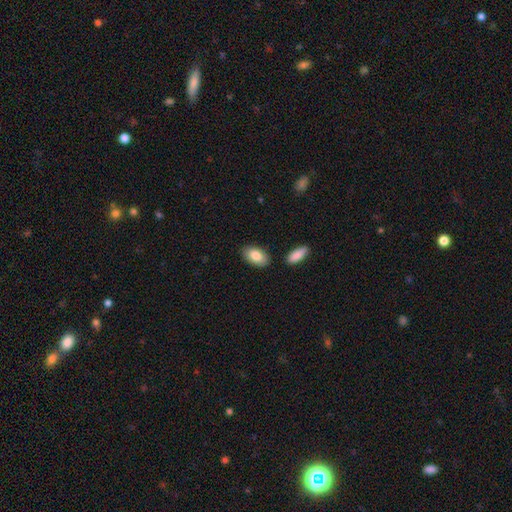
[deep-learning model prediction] This is clearly a smooth galaxy (85%). How rounded: clearly in between (94%). Merging: clearly none (83%).